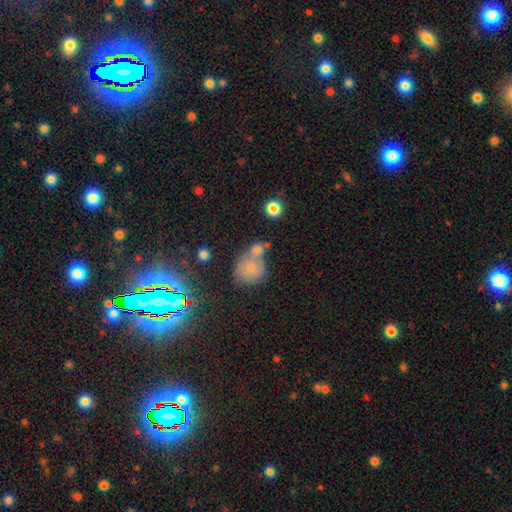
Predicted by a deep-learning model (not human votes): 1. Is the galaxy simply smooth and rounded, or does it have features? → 55% smooth, 23% star or artifact, 22% featured or disk.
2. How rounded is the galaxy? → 65% round, 33% in between, 2% cigar-shaped.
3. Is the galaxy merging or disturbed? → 43% merger, 35% none, 14% minor disturbance, 8% major disturbance.